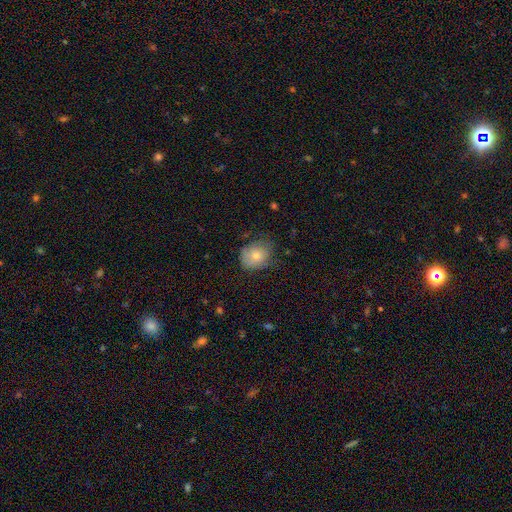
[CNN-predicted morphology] Q: Smooth or featured?
A: smooth (71%); runner-up: featured or disk (18%)
Q: How rounded?
A: round (57%); runner-up: in between (42%)
Q: Merging?
A: none (65%); runner-up: minor disturbance (26%)